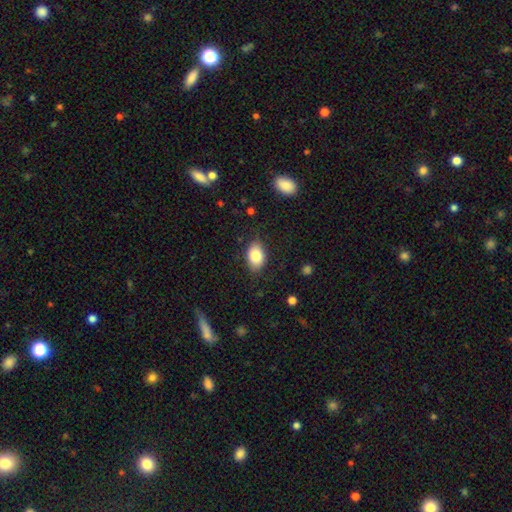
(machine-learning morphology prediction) Overall: smooth (84%). How rounded: in between (85%). Merging: none (81%).